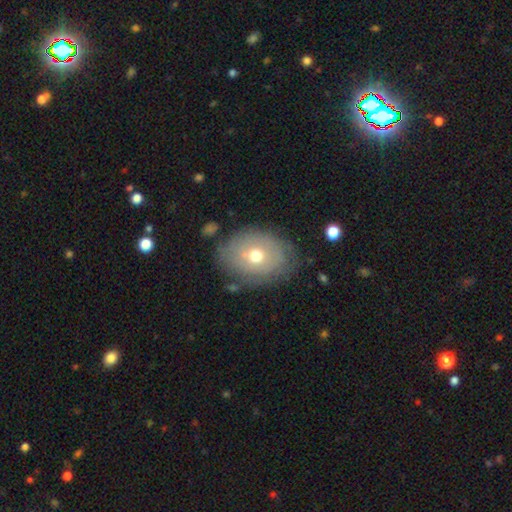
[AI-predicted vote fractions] A smooth galaxy with no disk features (51%) that is in between round and cigar-shaped (68%). Merging: none (74%).